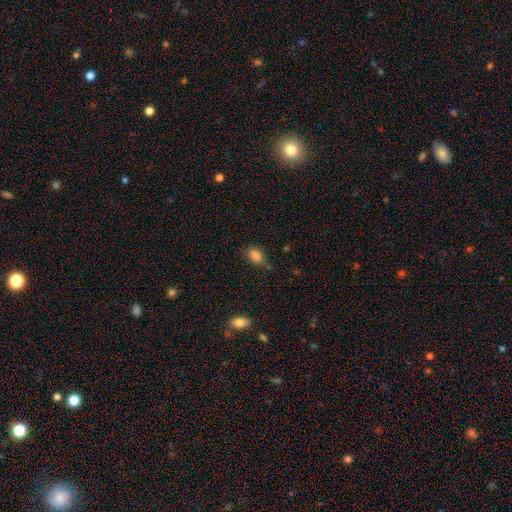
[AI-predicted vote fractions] Smooth or featured? smooth (85%)
How rounded? in between (86%)
Merging? none (71%)